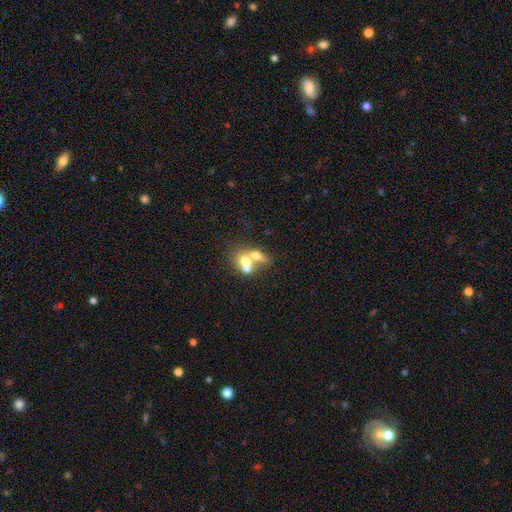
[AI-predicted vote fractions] smooth 59%, featured or disk 30%, star or artifact 11%. Down the decision tree: how rounded — in between (55%); merging — merger (69%).